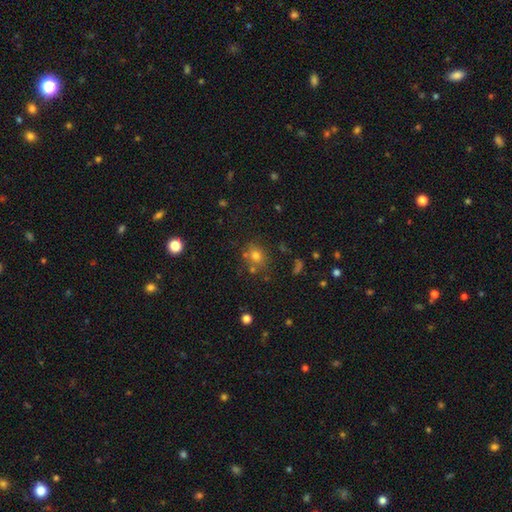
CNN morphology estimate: smooth_or_featured: smooth (p=0.70) [alt: star or artifact p=0.18]
how_rounded: round (p=0.70) [alt: in between p=0.29]
merging: none (p=0.70) [alt: minor disturbance p=0.13]